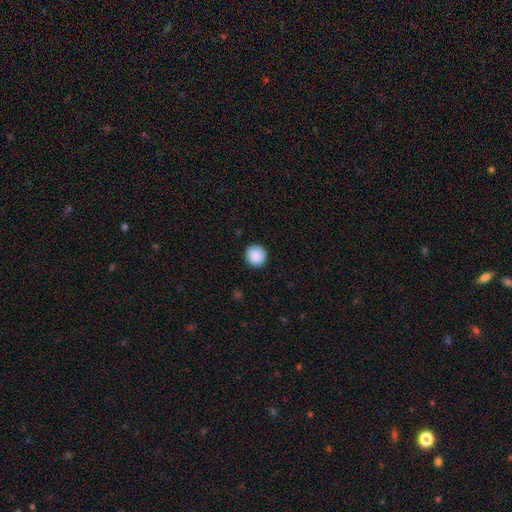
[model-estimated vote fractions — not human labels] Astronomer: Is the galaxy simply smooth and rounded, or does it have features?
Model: smooth — 90%.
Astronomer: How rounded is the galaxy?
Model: round — 94%.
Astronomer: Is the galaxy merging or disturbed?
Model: none — 91%.